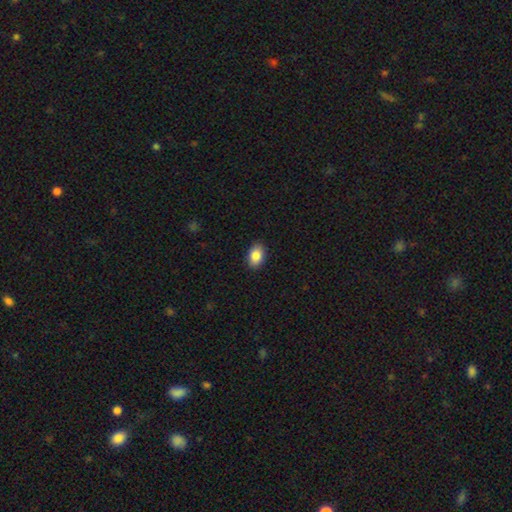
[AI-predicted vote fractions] Morphology: type=smooth (87%); roundness=in between (86%); merging=none (89%).